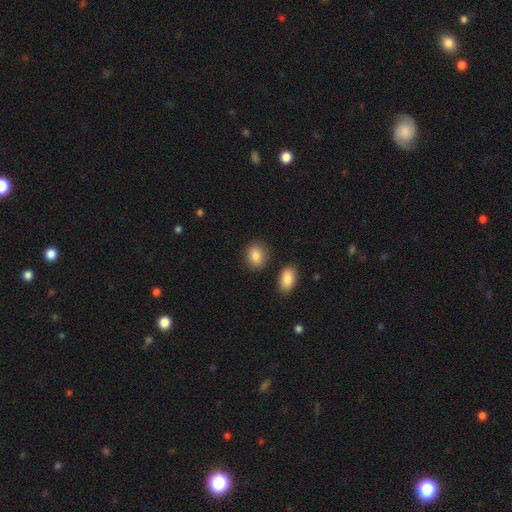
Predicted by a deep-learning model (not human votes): A smooth galaxy with no disk features (87%) that is in between round and cigar-shaped (50%).

Vote fractions:
- Smooth or featured? smooth: 87% / star or artifact: 8% / featured or disk: 6%
- How rounded? in between: 50% / round: 48% / cigar-shaped: 1%
- Merging? none: 84% / minor disturbance: 10% / merger: 4% / major disturbance: 3%